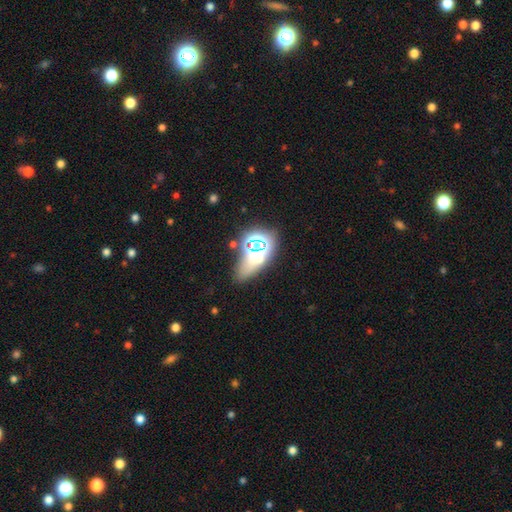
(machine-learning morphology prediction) Smooth or featured?
  - smooth: 45% *
  - star or artifact: 38%
  - featured or disk: 17%
Merging?
  - none: 64% *
  - minor disturbance: 16%
  - merger: 10%
  - major disturbance: 10%